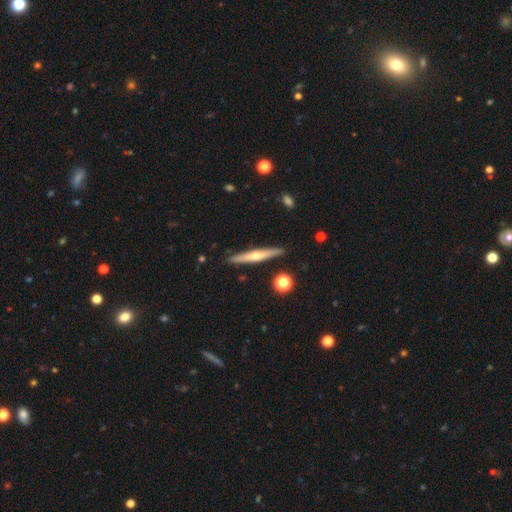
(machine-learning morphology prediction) smooth_or_featured: featured or disk (p=0.60) [alt: smooth p=0.33]
disk_edge_on: yes (p=0.96) [alt: no p=0.04]
edge_on_bulge: rounded (p=0.83) [alt: none p=0.14]
merging: none (p=0.90) [alt: minor disturbance p=0.07]